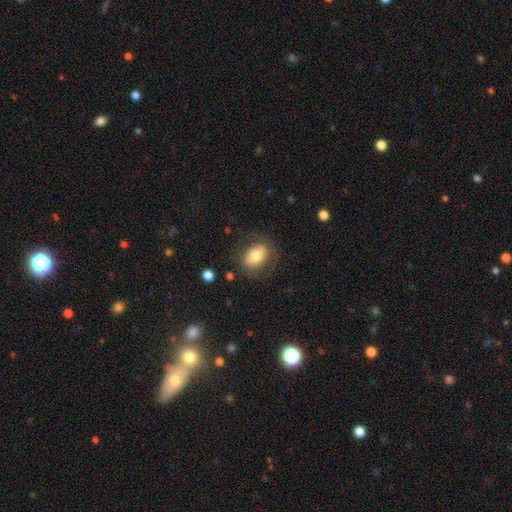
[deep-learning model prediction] Morphology: type=smooth (74%); roundness=in between (72%); merging=none (78%).